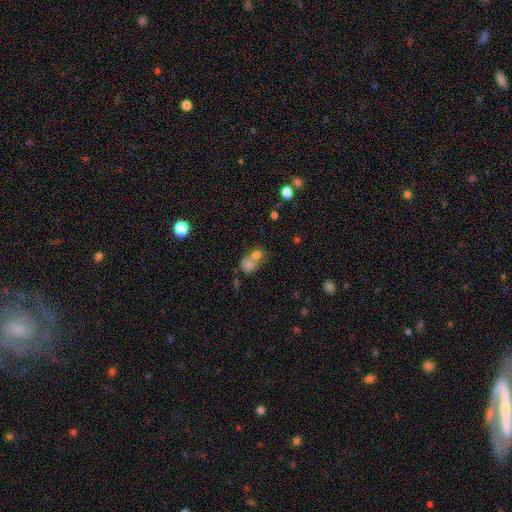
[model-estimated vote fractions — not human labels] smooth 73%, featured or disk 15%, star or artifact 12%. Down the decision tree: how rounded — round (55%); merging — merger (64%).